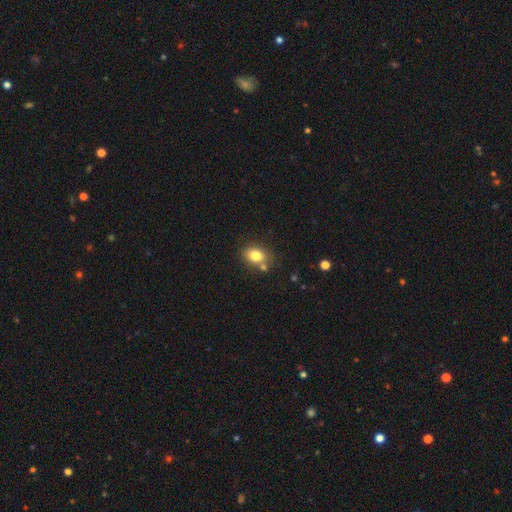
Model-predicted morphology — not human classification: smooth_or_featured: smooth (p=0.80) [alt: star or artifact p=0.10]
how_rounded: in between (p=0.65) [alt: round p=0.34]
merging: none (p=0.69) [alt: minor disturbance p=0.14]